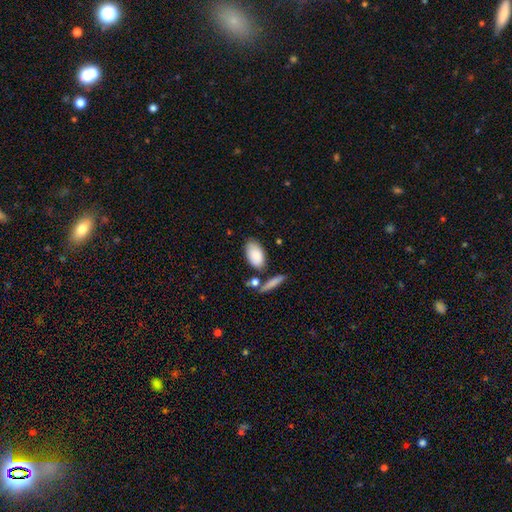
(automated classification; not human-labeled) smooth 86%, featured or disk 8%, star or artifact 6%. Down the decision tree: how rounded — in between (94%); merging — none (68%).